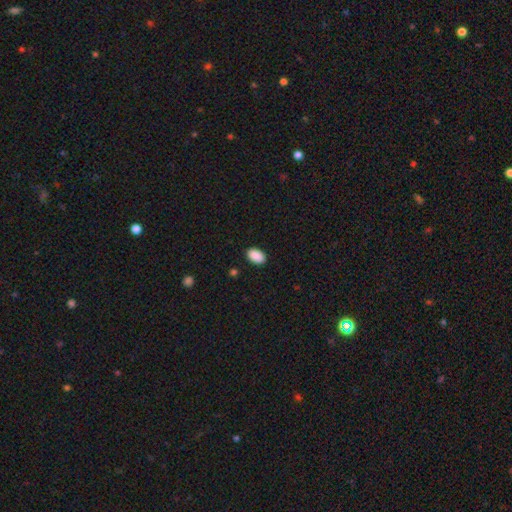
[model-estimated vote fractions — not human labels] Overall: smooth (90%). How rounded: in between (91%). Merging: none (88%).